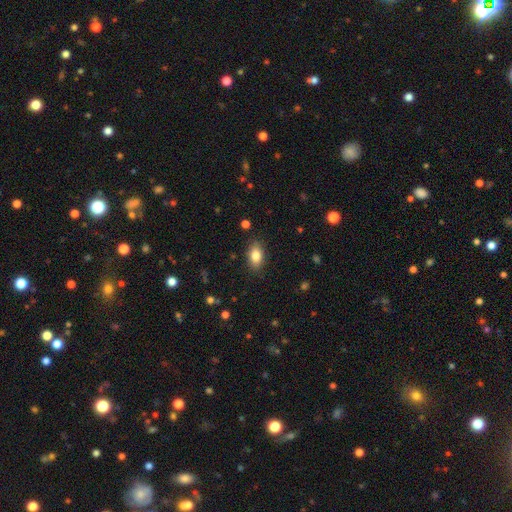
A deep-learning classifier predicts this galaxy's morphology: This appears to be a smooth galaxy with no disk features (83%) that is in between round and cigar-shaped (89%). Merging: none (86%).